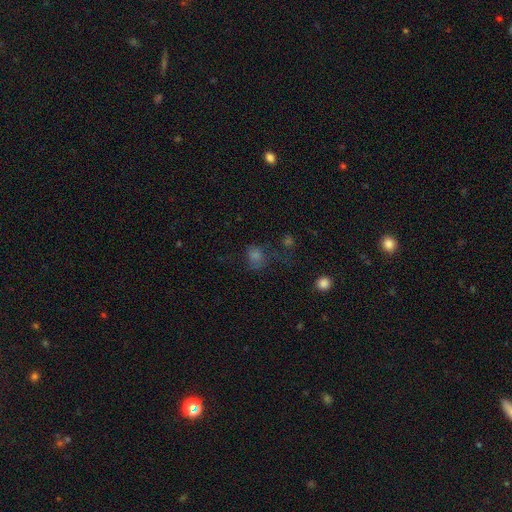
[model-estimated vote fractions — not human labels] A smooth galaxy with no disk features (55%) that is round (66%).

Vote fractions:
- Smooth or featured? smooth: 55% / star or artifact: 29% / featured or disk: 15%
- How rounded? round: 66% / in between: 32% / cigar-shaped: 2%
- Merging? none: 51% / major disturbance: 23% / minor disturbance: 20% / merger: 6%